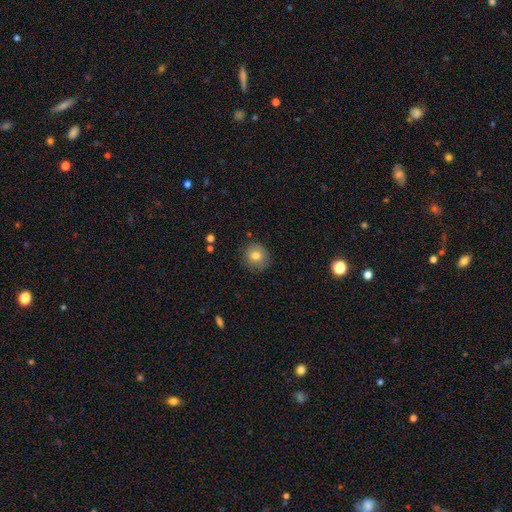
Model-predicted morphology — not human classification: smooth-or-featured: smooth: 78% | featured or disk: 12% | star or artifact: 10%
  how-rounded: round: 85% | in between: 14% | cigar-shaped: 1%
  merging: none: 84% | minor disturbance: 12% | major disturbance: 3% | merger: 1%